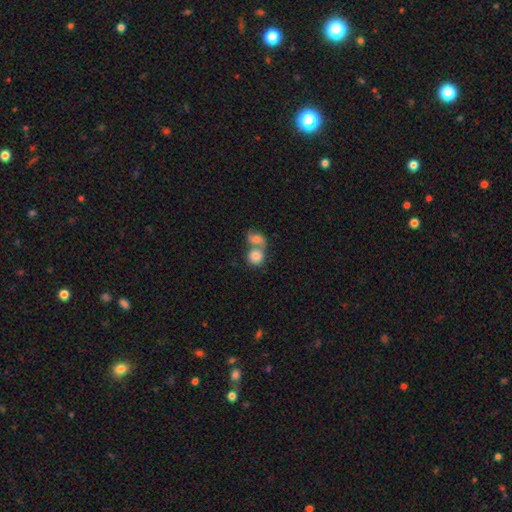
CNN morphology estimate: A smooth galaxy with no disk features (78%) that is round (76%).

Vote fractions:
- Smooth or featured? smooth: 78% / featured or disk: 14% / star or artifact: 8%
- How rounded? round: 76% / in between: 22% / cigar-shaped: 1%
- Merging? merger: 65% / none: 25% / minor disturbance: 6% / major disturbance: 4%